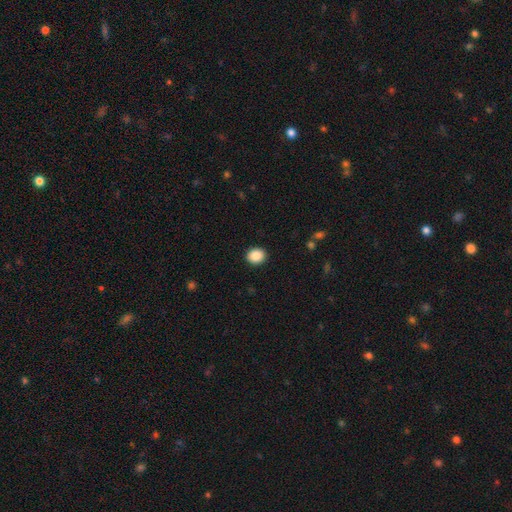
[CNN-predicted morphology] Smooth or featured? Predicted: smooth (p=0.87). How rounded? Predicted: round (p=0.75). Merging? Predicted: none (p=0.92).